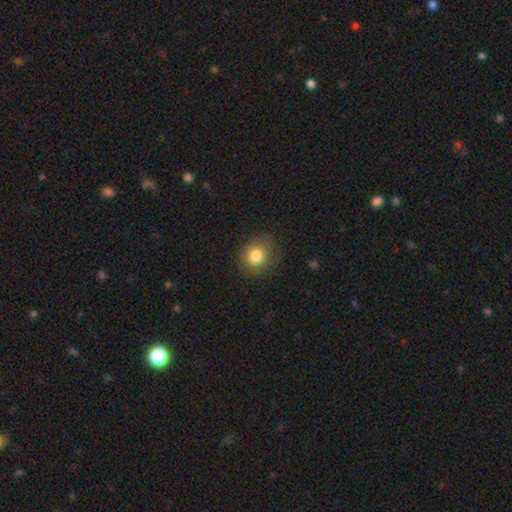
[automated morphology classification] smooth-or-featured: smooth: 82% | star or artifact: 10% | featured or disk: 8%
  how-rounded: round: 70% | in between: 29% | cigar-shaped: 1%
  merging: none: 80% | minor disturbance: 14% | major disturbance: 5% | merger: 1%